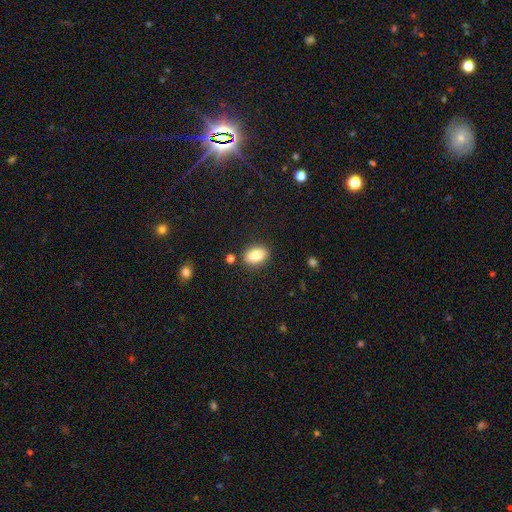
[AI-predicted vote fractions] Morphology: type=smooth (83%); roundness=in between (83%); merging=none (85%).